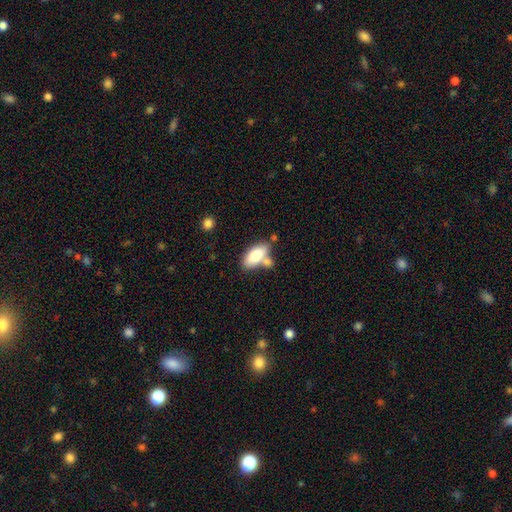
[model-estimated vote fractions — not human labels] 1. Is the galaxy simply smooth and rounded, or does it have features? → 79% smooth, 15% featured or disk, 6% star or artifact.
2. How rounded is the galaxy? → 89% in between, 9% cigar-shaped, 3% round.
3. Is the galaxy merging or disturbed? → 52% none, 28% merger, 15% minor disturbance, 5% major disturbance.